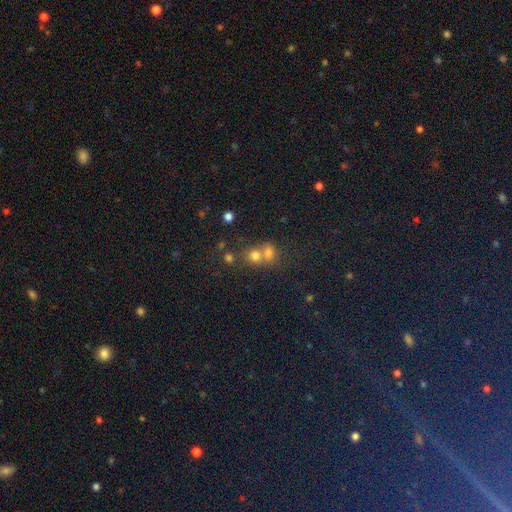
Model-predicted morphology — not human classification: A smooth galaxy with no disk features (68%) that is round (73%).

Vote fractions:
- Smooth or featured? smooth: 68% / star or artifact: 19% / featured or disk: 14%
- How rounded? round: 73% / in between: 26% / cigar-shaped: 1%
- Merging? merger: 60% / none: 32% / minor disturbance: 6% / major disturbance: 3%